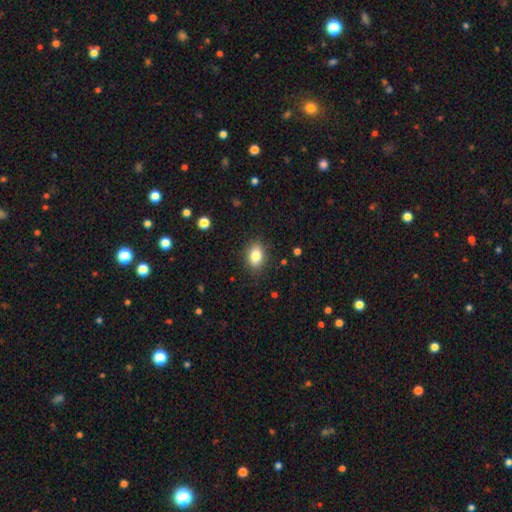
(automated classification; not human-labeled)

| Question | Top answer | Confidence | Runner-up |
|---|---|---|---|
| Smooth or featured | smooth | 83% | star or artifact (9%) |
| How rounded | in between | 81% | round (16%) |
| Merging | none | 86% | minor disturbance (10%) |